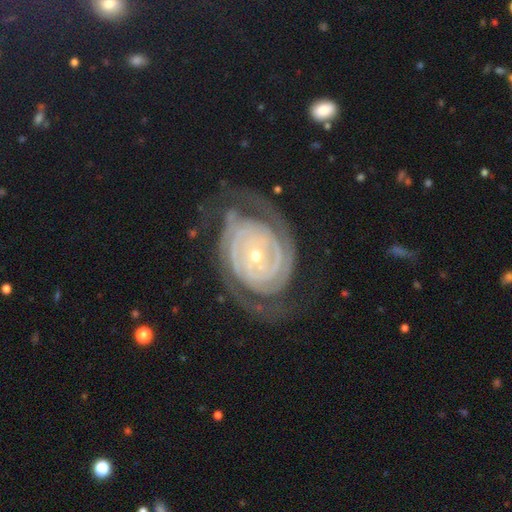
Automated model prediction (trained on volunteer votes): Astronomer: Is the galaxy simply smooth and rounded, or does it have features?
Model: featured or disk — 90%.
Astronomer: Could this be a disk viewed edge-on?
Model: no — 97%.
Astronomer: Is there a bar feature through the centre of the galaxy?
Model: no — 70%.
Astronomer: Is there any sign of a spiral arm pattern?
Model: yes — 97%.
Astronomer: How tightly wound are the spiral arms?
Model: tight — 81%.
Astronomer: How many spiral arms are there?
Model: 2 — 55%.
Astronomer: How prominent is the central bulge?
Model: small — 67%.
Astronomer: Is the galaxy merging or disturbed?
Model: none — 71%.